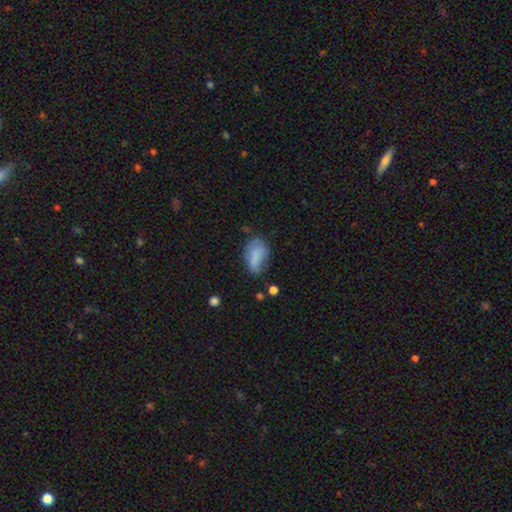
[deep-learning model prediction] This is likely a smooth galaxy (75%). How rounded: clearly in between (90%). Merging: marginally none (45%).